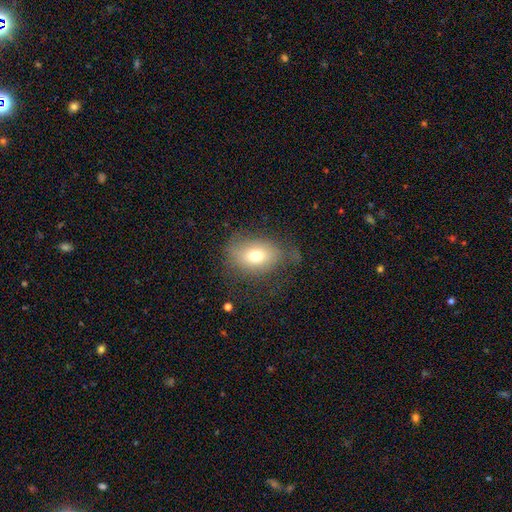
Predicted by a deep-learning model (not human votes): This appears to be a smooth galaxy with no disk features (69%) that is in between round and cigar-shaped (69%). Merging: none (57%).